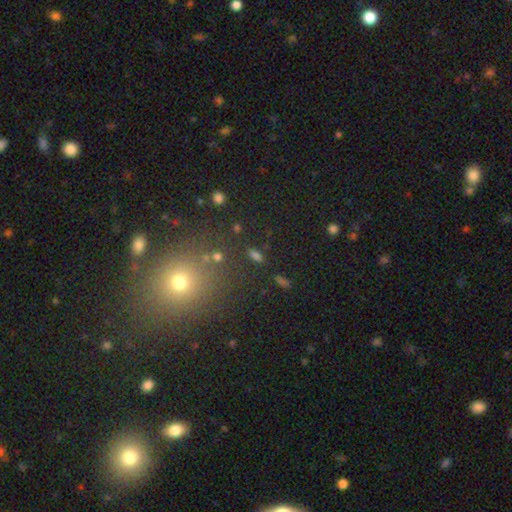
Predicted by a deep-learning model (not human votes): This appears to be a smooth galaxy with no disk features (62%) that is in between round and cigar-shaped (68%). Merging: none (82%).